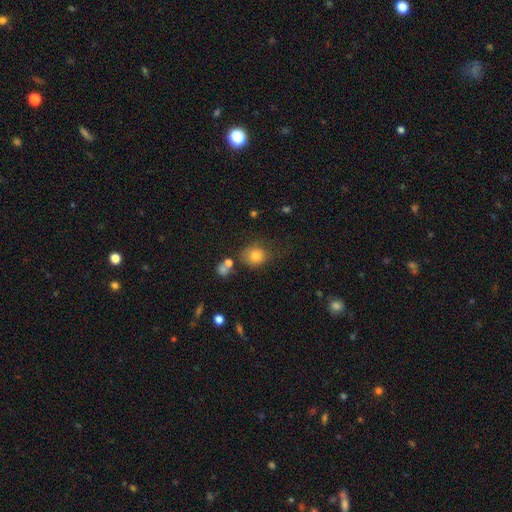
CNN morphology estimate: Smooth or featured? smooth (78%)
How rounded? round (75%)
Merging? none (62%)